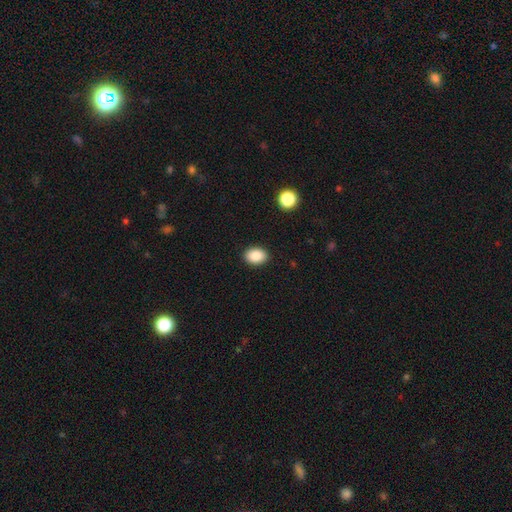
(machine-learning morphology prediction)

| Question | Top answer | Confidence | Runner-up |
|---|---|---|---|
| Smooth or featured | smooth | 87% | star or artifact (8%) |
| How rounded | in between | 72% | round (27%) |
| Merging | none | 90% | minor disturbance (7%) |